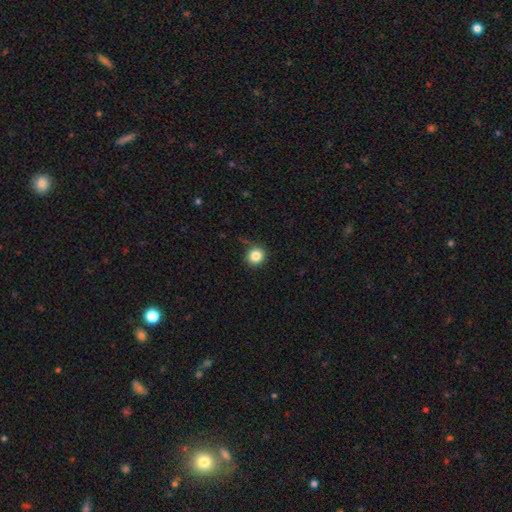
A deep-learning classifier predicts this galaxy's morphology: Smooth or featured?
  - smooth: 84% *
  - star or artifact: 11%
  - featured or disk: 5%
How rounded?
  - round: 91% *
  - in between: 8%
  - cigar-shaped: 1%
Merging?
  - none: 82% *
  - minor disturbance: 13%
  - major disturbance: 4%
  - merger: 2%